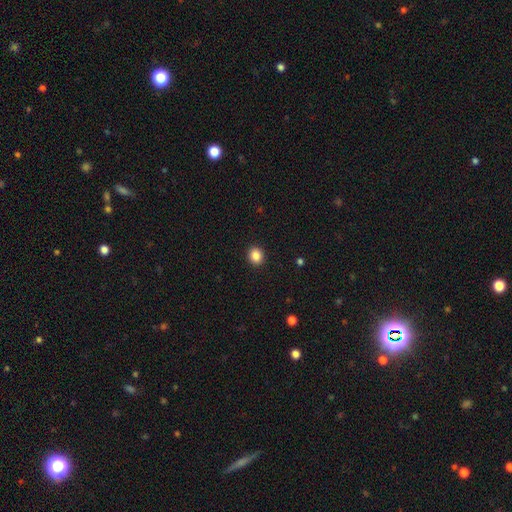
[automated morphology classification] The model was most divided on "how rounded": round: 72%, in between: 27%, cigar-shaped: 1%. More confident: merging — none (92%); smooth or featured — smooth (87%).